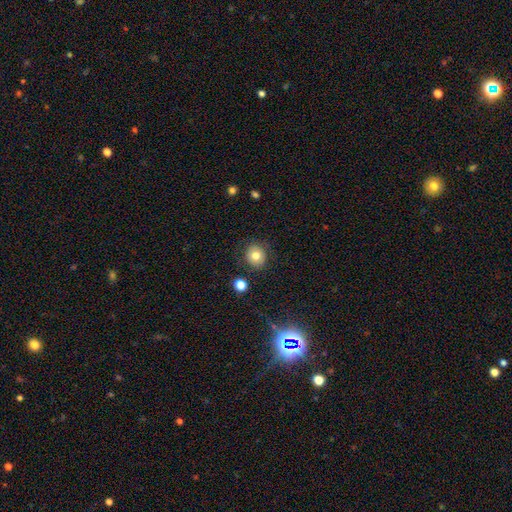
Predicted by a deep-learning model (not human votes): A smooth galaxy with no disk features (75%) that is round (82%). Merging: none (83%).